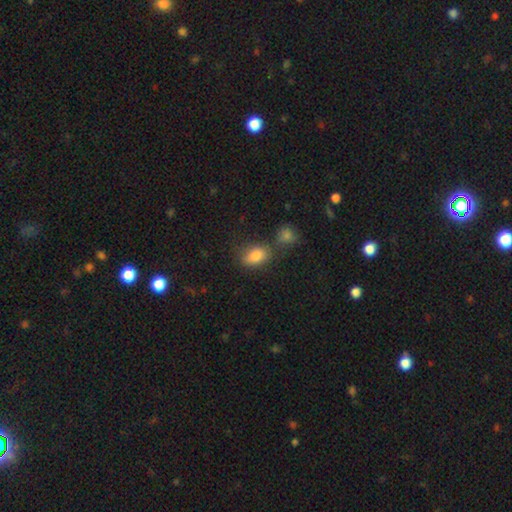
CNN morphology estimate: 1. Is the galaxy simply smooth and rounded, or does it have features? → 84% smooth, 9% star or artifact, 8% featured or disk.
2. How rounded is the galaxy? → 85% in between, 13% round, 2% cigar-shaped.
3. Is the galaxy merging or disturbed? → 59% none, 21% merger, 15% minor disturbance, 5% major disturbance.